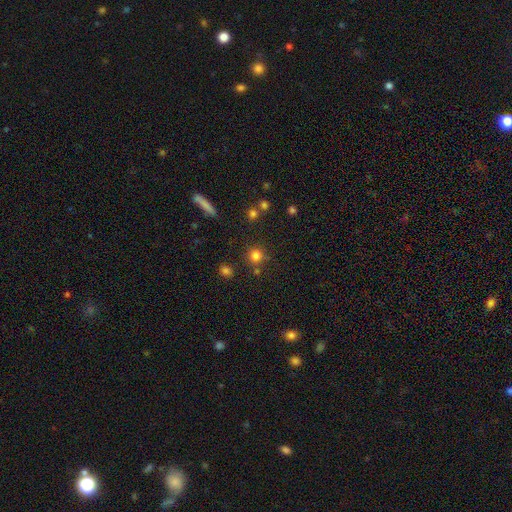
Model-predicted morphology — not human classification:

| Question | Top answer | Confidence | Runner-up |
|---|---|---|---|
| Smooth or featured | smooth | 78% | star or artifact (15%) |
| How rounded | round | 92% | in between (7%) |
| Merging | none | 80% | minor disturbance (9%) |